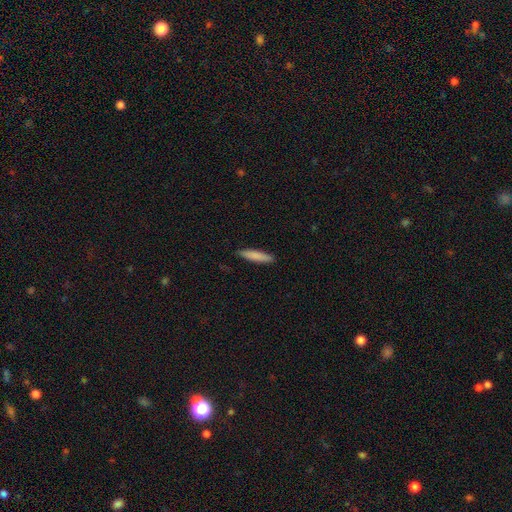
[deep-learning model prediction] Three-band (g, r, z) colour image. It shows a smooth galaxy with no disk features (84%) that is cigar-shaped (84%). Merging: none (88%).